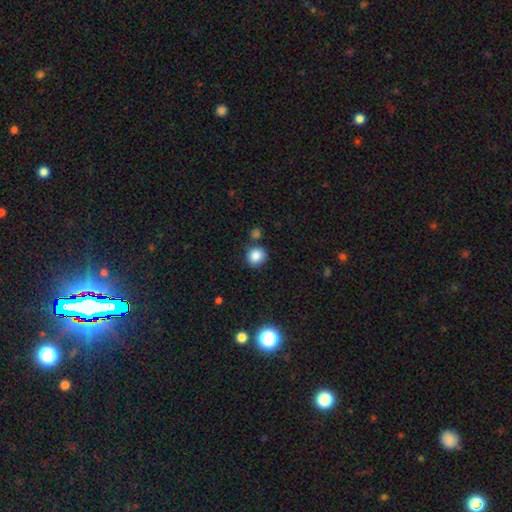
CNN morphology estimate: Smooth or featured?
  - smooth: 86% *
  - star or artifact: 10%
  - featured or disk: 4%
How rounded?
  - round: 81% *
  - in between: 18%
  - cigar-shaped: 1%
Merging?
  - none: 77% *
  - minor disturbance: 12%
  - merger: 8%
  - major disturbance: 3%